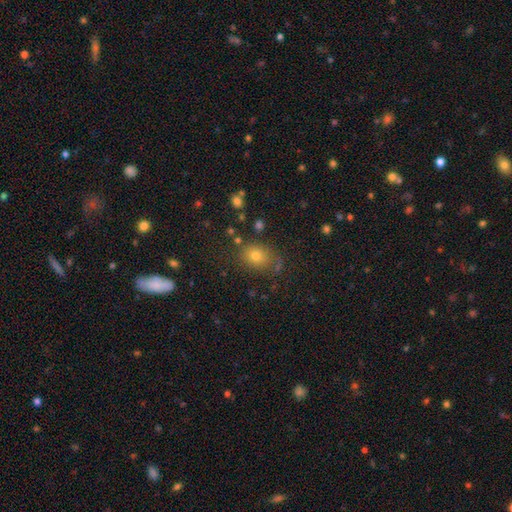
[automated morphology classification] smooth_or_featured: smooth (p=0.69) [alt: star or artifact p=0.19]
how_rounded: in between (p=0.51) [alt: round p=0.47]
merging: none (p=0.72) [alt: minor disturbance p=0.17]